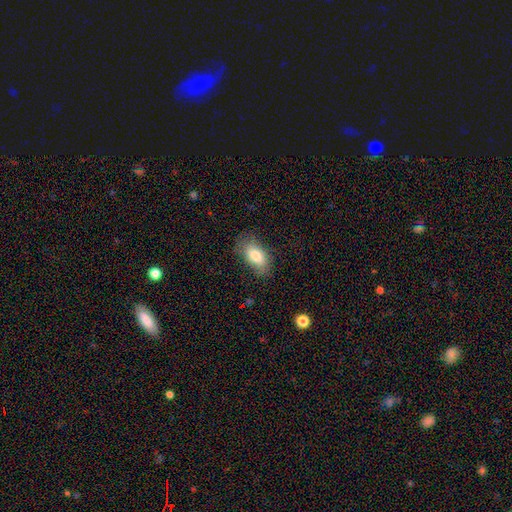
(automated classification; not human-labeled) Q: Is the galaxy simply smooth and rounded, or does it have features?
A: smooth — 79%.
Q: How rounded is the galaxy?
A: in between — 91%.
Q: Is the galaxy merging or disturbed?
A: none — 73%.